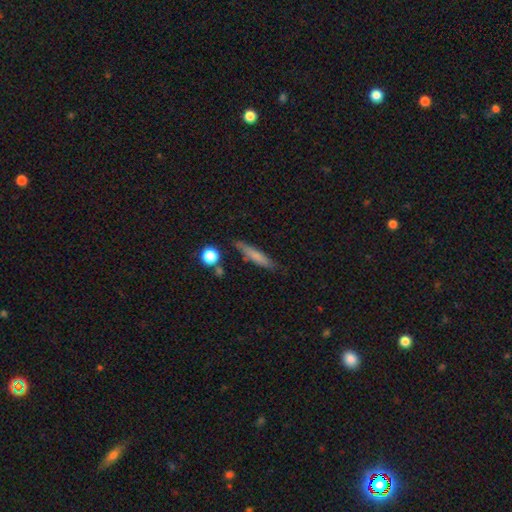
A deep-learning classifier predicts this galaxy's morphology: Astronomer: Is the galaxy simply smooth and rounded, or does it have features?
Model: smooth — 68%.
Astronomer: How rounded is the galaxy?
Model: cigar-shaped — 86%.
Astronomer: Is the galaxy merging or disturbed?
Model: none — 79%.